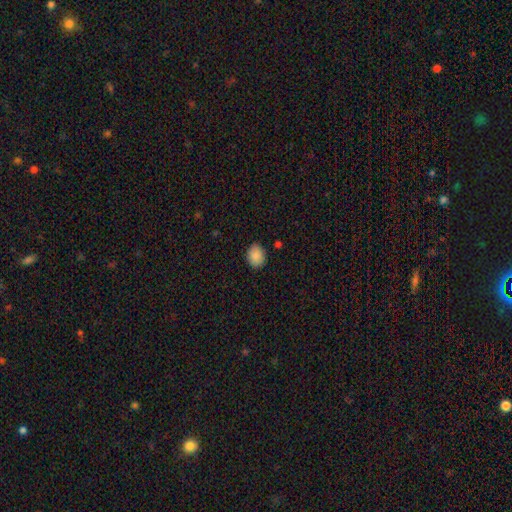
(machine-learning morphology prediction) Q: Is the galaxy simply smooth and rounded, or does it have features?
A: smooth — 89%.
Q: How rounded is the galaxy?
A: in between — 55%.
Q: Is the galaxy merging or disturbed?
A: none — 85%.